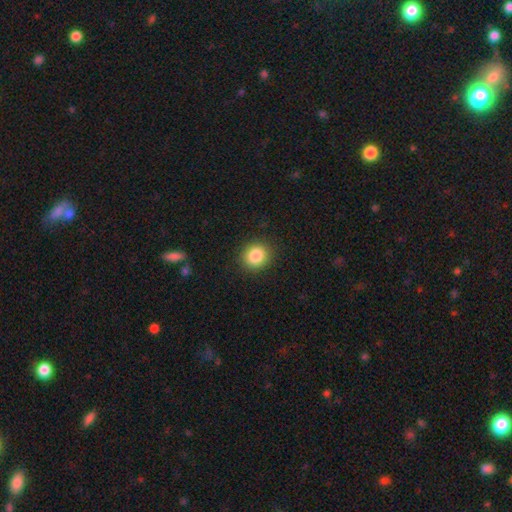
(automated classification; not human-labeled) This appears to be a smooth galaxy with no disk features (85%) that is round (82%). Merging: none (89%).